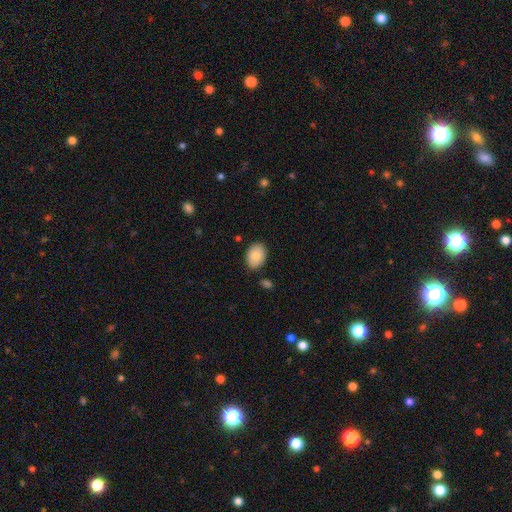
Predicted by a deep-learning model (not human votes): Overall: smooth (83%). How rounded: in between (80%). Merging: none (83%).